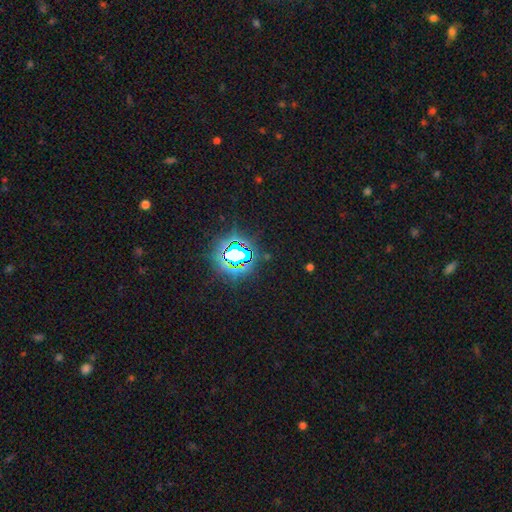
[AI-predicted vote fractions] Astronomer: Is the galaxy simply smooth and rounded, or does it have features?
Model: star or artifact — 80%.